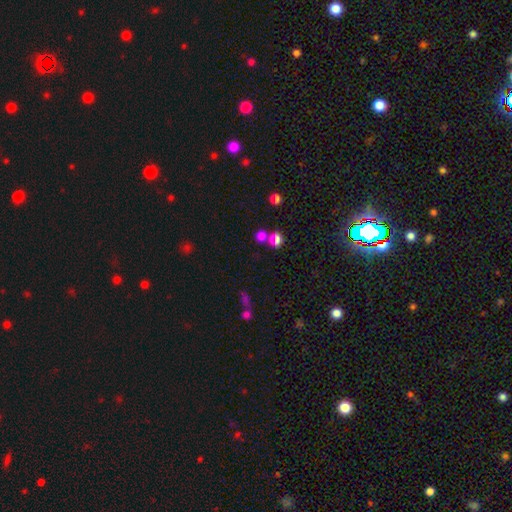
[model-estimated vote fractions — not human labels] This appears to be a smooth galaxy with no disk features (66%) that is round (73%). Merging: none (55%).